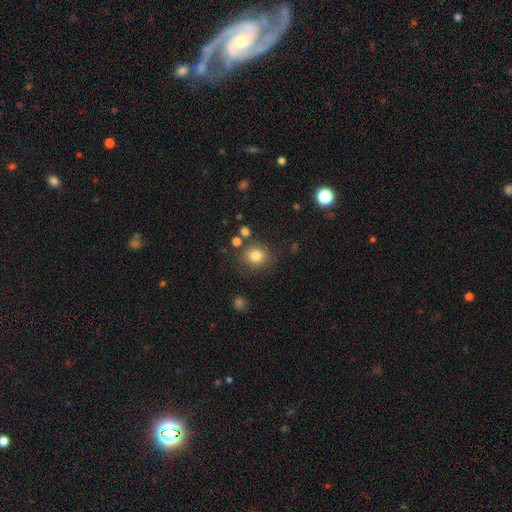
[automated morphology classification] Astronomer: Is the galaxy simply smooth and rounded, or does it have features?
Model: smooth — 81%.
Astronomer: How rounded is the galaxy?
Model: round — 82%.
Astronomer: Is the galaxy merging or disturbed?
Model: none — 79%.